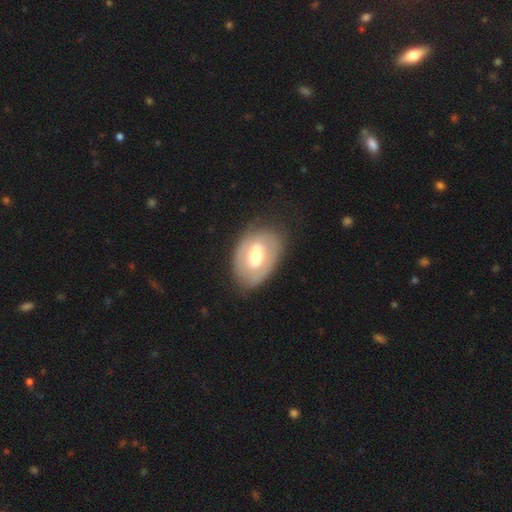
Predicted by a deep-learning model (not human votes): This is likely a featured or disk galaxy (61%). It is clearly not viewed edge-on (94%). Bar: possibly no (48%). Spiral arm pattern: possibly no (59%). Central bulge: likely moderate (66%). Merging: likely none (76%).